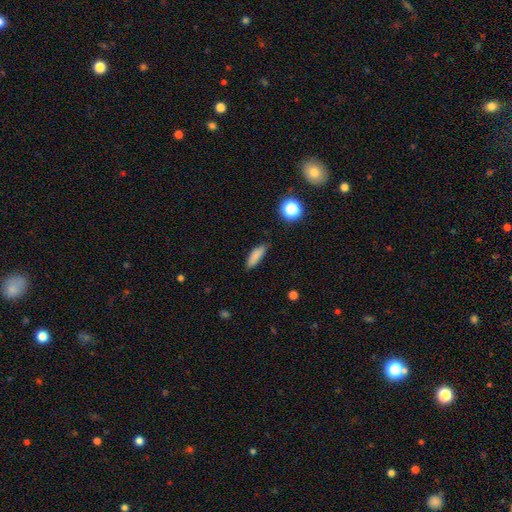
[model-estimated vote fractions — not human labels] smooth 84%, star or artifact 10%, featured or disk 6%. Down the decision tree: how rounded — cigar-shaped (54%); merging — none (79%).